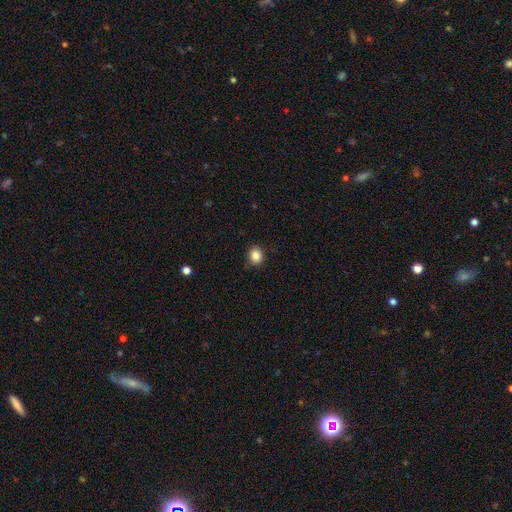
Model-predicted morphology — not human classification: Q: Smooth or featured?
A: smooth (87%); runner-up: star or artifact (10%)
Q: How rounded?
A: round (62%); runner-up: in between (37%)
Q: Merging?
A: none (86%); runner-up: minor disturbance (11%)